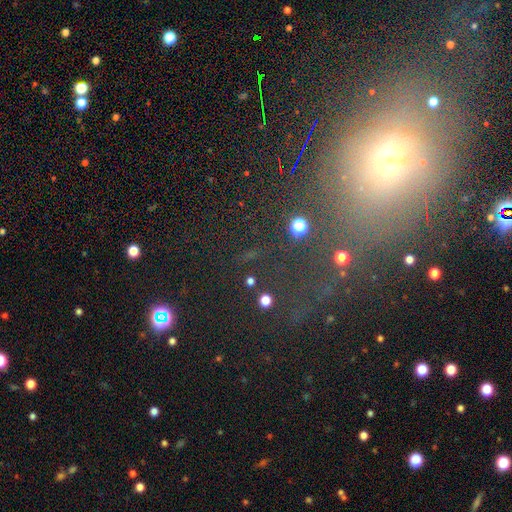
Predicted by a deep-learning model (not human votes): Smooth or featured? Predicted: star or artifact (p=0.47).